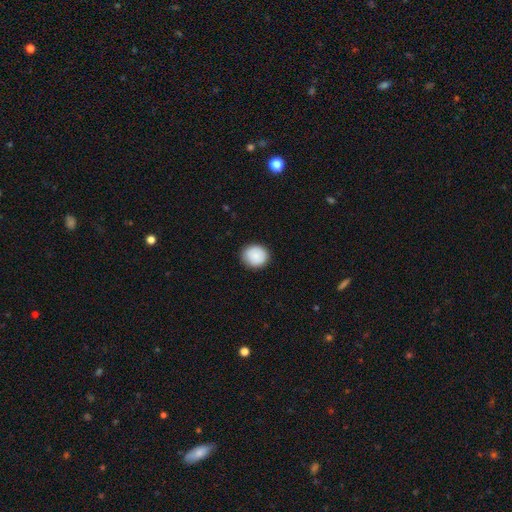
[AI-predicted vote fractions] This appears to be a smooth galaxy with no disk features (87%) that is round (85%). Merging: none (87%).